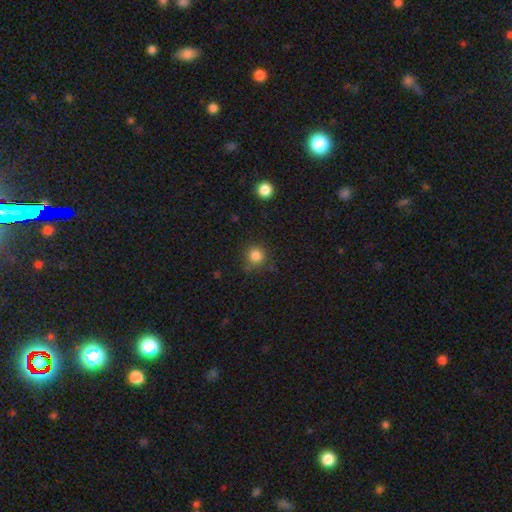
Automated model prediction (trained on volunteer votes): This appears to be a smooth galaxy with no disk features (83%) that is round (93%). Merging: none (83%).